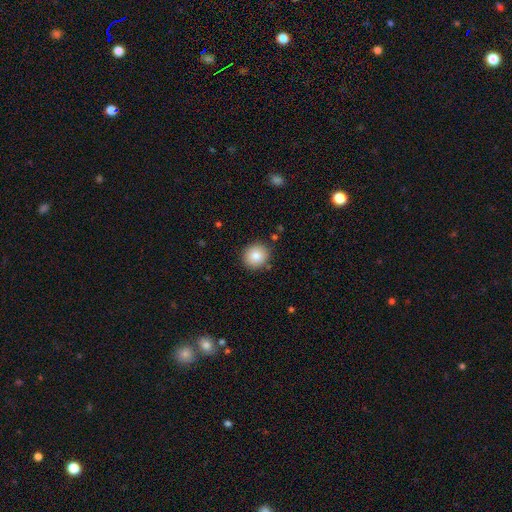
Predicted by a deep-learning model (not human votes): The model was most divided on "smooth or featured": smooth: 83%, star or artifact: 9%, featured or disk: 8%. More confident: how rounded — round (89%); merging — none (88%).